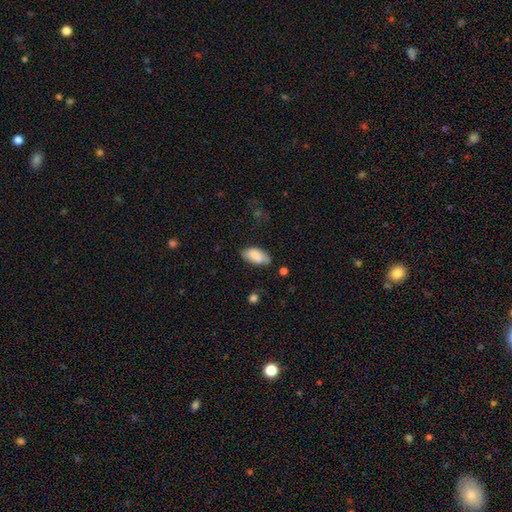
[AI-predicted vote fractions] smooth-or-featured: smooth: 83% | featured or disk: 10% | star or artifact: 7%
  how-rounded: in between: 93% | cigar-shaped: 4% | round: 3%
  merging: none: 67% | minor disturbance: 24% | major disturbance: 6% | merger: 3%